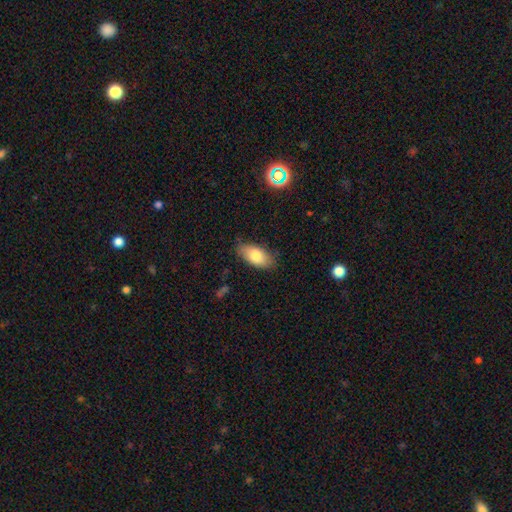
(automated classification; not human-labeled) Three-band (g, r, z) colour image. It shows a smooth galaxy with no disk features (79%) that is in between round and cigar-shaped (91%). Merging: none (80%).